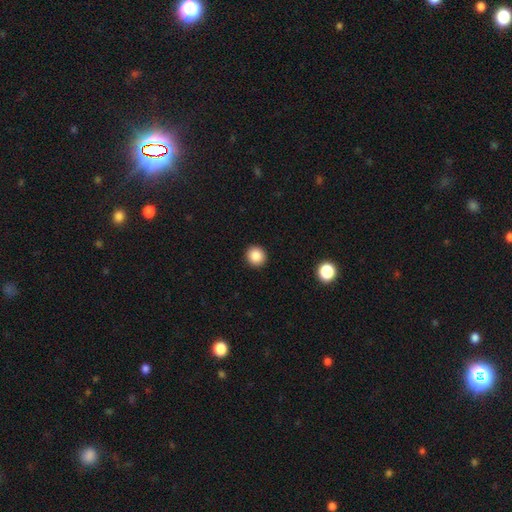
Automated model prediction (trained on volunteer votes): Smooth or featured? smooth (86%)
How rounded? round (93%)
Merging? none (93%)